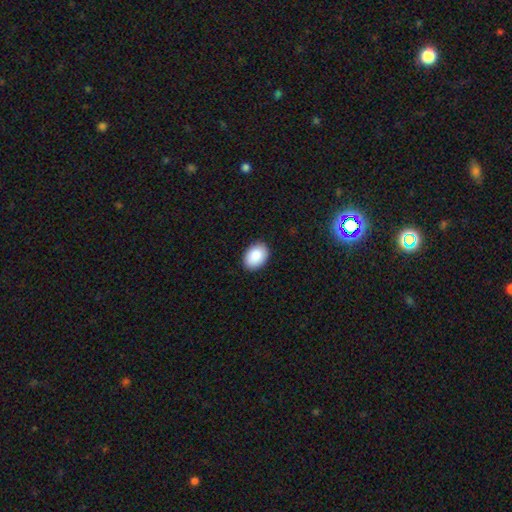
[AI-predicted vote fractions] Smooth or featured? smooth (89%)
How rounded? in between (82%)
Merging? none (90%)